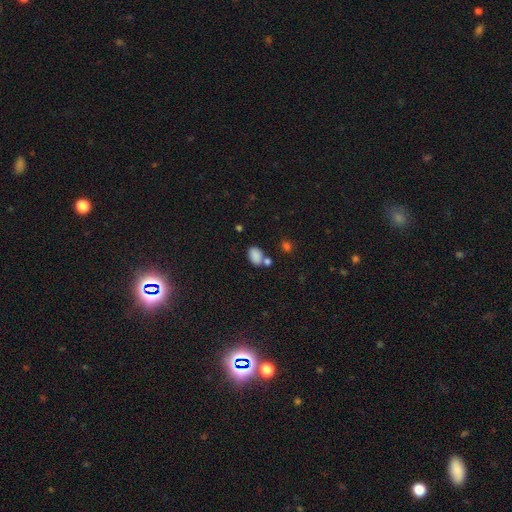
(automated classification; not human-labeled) Smooth or featured?
  - smooth: 85% *
  - star or artifact: 10%
  - featured or disk: 5%
How rounded?
  - in between: 82% *
  - round: 17%
  - cigar-shaped: 1%
Merging?
  - none: 57% *
  - merger: 23%
  - minor disturbance: 15%
  - major disturbance: 5%